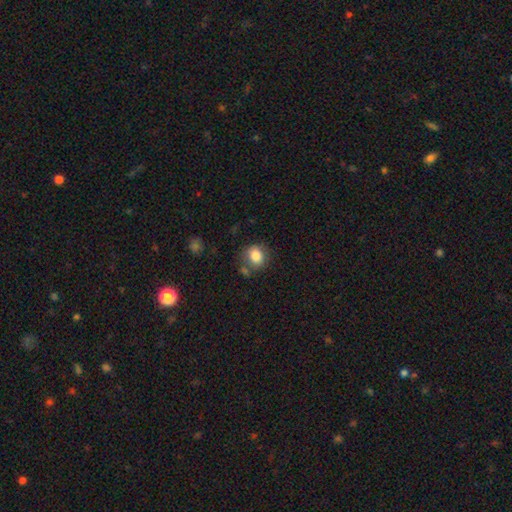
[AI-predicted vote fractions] Overall: smooth (83%). How rounded: round (63%; in between 36%). Merging: none (68%).